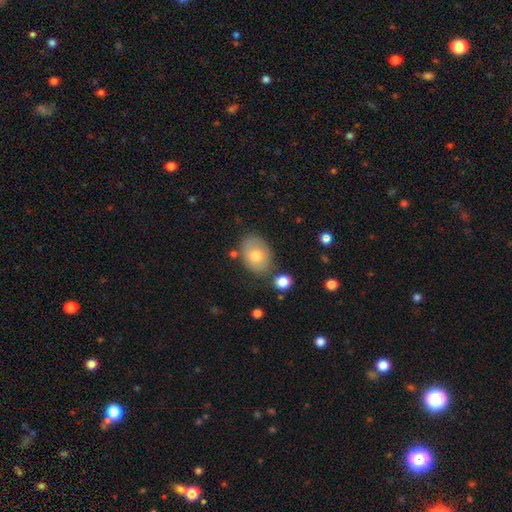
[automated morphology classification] The model was most divided on "how rounded": in between: 71%, round: 28%, cigar-shaped: 1%. More confident: merging — none (71%); smooth or featured — smooth (69%).